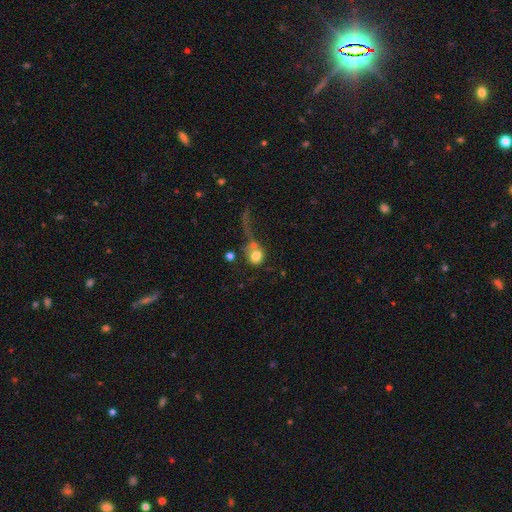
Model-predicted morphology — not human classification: smooth_or_featured: smooth (p=0.71) [alt: featured or disk p=0.19]
how_rounded: round (p=0.71) [alt: in between p=0.27]
merging: merger (p=0.35) [alt: major disturbance p=0.31]